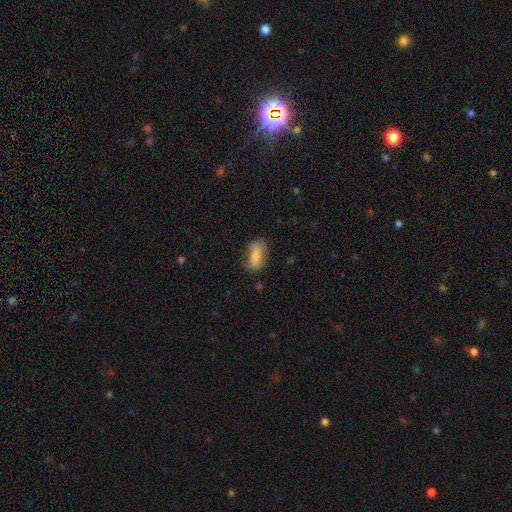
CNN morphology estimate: Smooth or featured?
  - smooth: 80% *
  - featured or disk: 12%
  - star or artifact: 8%
How rounded?
  - in between: 76% *
  - cigar-shaped: 20%
  - round: 4%
Merging?
  - none: 67% *
  - minor disturbance: 23%
  - major disturbance: 8%
  - merger: 2%